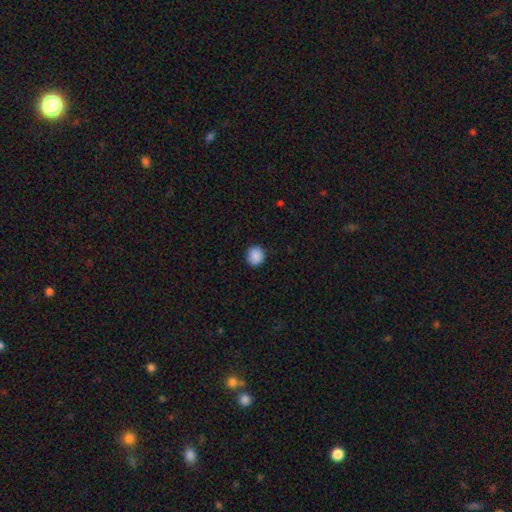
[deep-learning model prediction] smooth 89%, star or artifact 8%, featured or disk 3%. Down the decision tree: how rounded — round (86%); merging — none (90%).